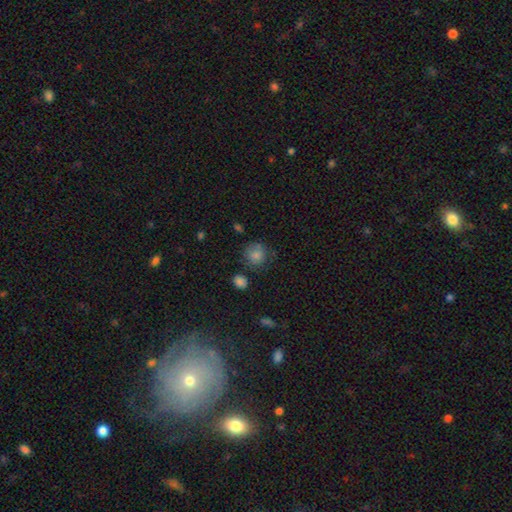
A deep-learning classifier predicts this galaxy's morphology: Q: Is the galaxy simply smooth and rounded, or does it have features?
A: smooth — 77%.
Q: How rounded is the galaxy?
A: round — 86%.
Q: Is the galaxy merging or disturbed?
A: none — 71%.